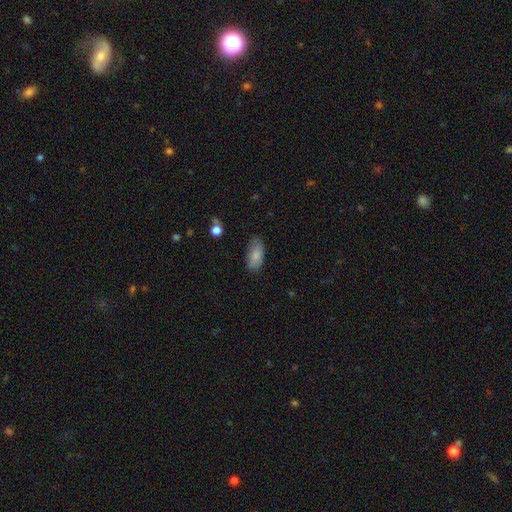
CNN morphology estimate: smooth-or-featured: smooth: 84% | featured or disk: 9% | star or artifact: 7%
  how-rounded: in between: 90% | cigar-shaped: 7% | round: 3%
  merging: none: 75% | minor disturbance: 20% | major disturbance: 4% | merger: 2%